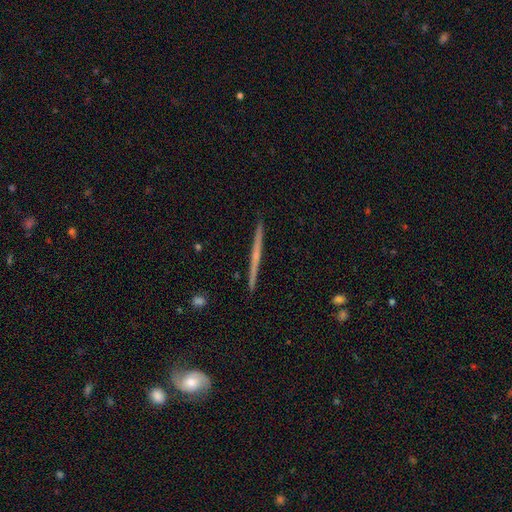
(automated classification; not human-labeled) Morphology: type=featured or disk (66%); edge-on=yes (98%); edge-on bulge=none (74%); merging=none (93%).